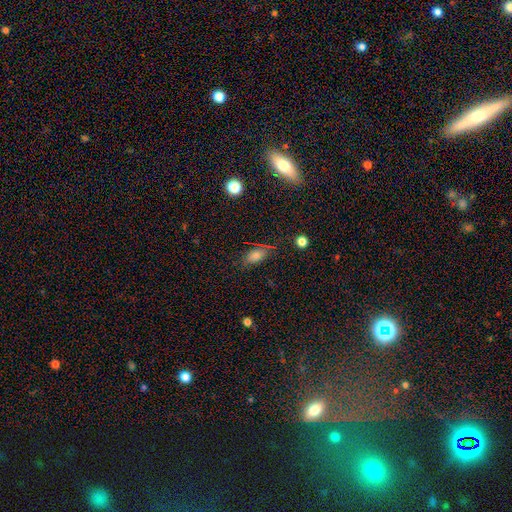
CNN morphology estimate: smooth_or_featured: smooth (p=0.73) [alt: star or artifact p=0.15]
how_rounded: in between (p=0.86) [alt: cigar-shaped p=0.07]
merging: none (p=0.74) [alt: minor disturbance p=0.18]